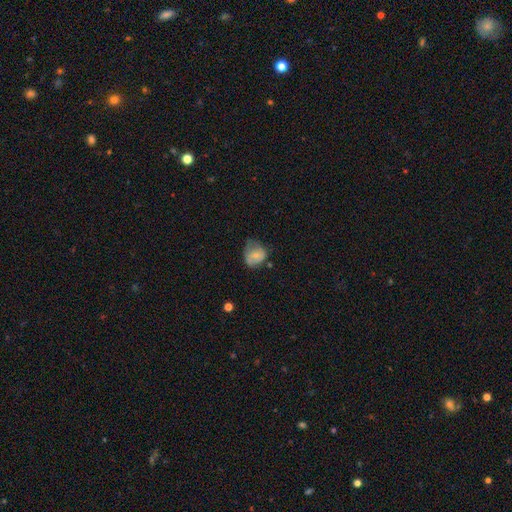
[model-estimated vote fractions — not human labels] Morphology: type=smooth (62%); roundness=round (55%); merging=minor disturbance (39%).